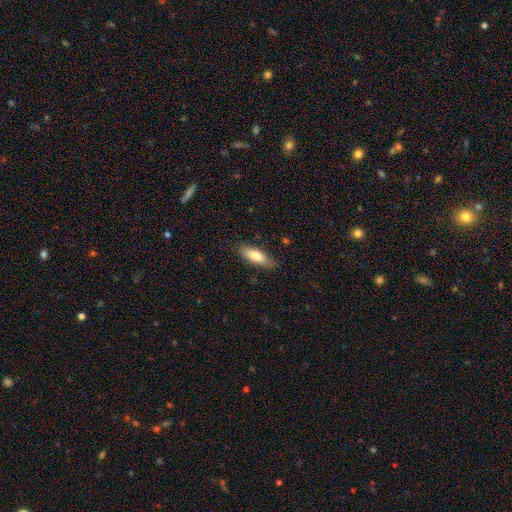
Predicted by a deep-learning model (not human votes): smooth_or_featured: smooth (p=0.75) [alt: featured or disk p=0.19]
how_rounded: in between (p=0.64) [alt: cigar-shaped p=0.34]
merging: none (p=0.81) [alt: minor disturbance p=0.14]